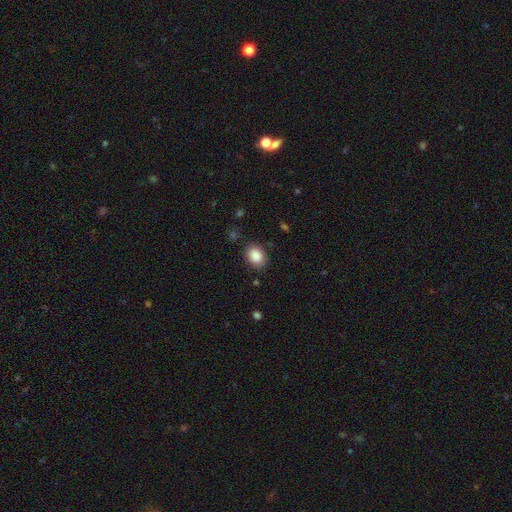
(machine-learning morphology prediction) smooth-or-featured: smooth: 87% | star or artifact: 8% | featured or disk: 4%
  how-rounded: in between: 65% | round: 34% | cigar-shaped: 1%
  merging: none: 83% | minor disturbance: 12% | major disturbance: 3% | merger: 2%